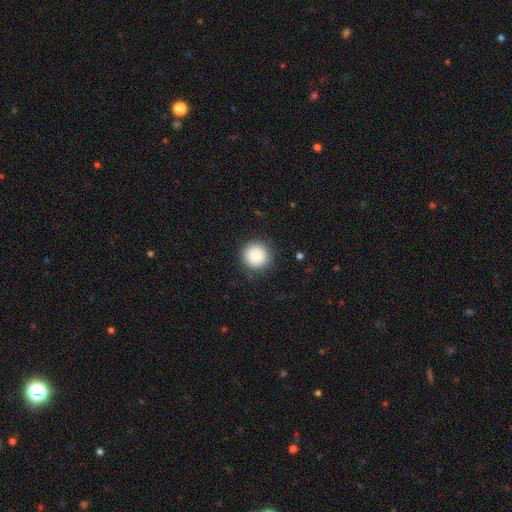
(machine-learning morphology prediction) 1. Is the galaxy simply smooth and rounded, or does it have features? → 87% smooth, 9% star or artifact, 4% featured or disk.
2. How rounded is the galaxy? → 95% round, 4% in between, 1% cigar-shaped.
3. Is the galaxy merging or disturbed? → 89% none, 8% minor disturbance, 3% major disturbance, 1% merger.